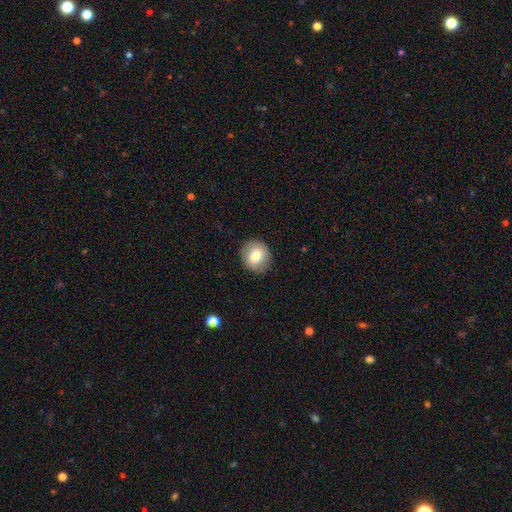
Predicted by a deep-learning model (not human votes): smooth-or-featured: smooth: 80% | featured or disk: 13% | star or artifact: 8%
  how-rounded: round: 81% | in between: 18% | cigar-shaped: 1%
  merging: none: 88% | minor disturbance: 8% | major disturbance: 2% | merger: 1%